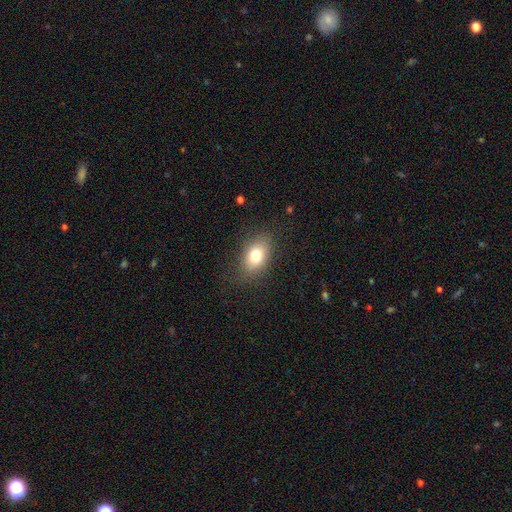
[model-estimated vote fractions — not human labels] Overall: smooth (78%). How rounded: in between (83%). Merging: none (82%).